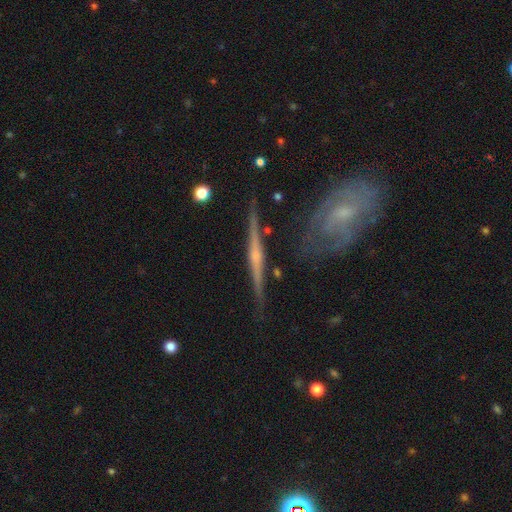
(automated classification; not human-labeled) This is clearly a featured or disk galaxy (81%). It is clearly viewed edge-on (96%). Edge-on bulge: likely rounded (71%). Merging: clearly none (81%).